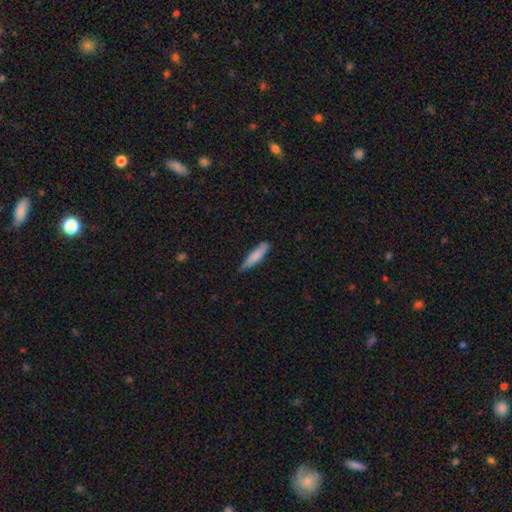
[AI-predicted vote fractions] Smooth or featured: smooth — 79% (featured or disk — 15%)
How rounded: cigar-shaped — 82% (in between — 17%)
Merging: none — 71% (minor disturbance — 25%)